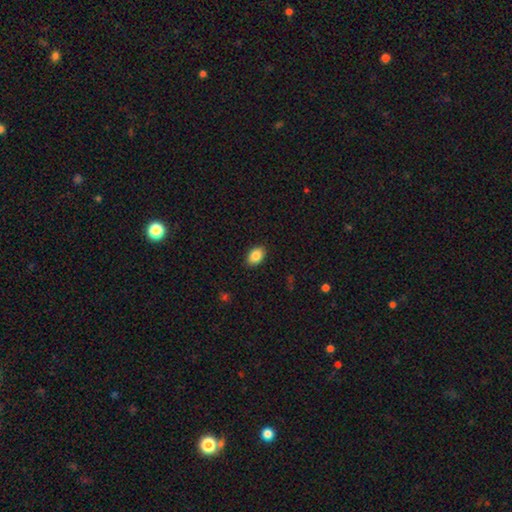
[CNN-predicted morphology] A smooth galaxy with no disk features (87%) that is in between round and cigar-shaped (85%). Merging: none (89%).